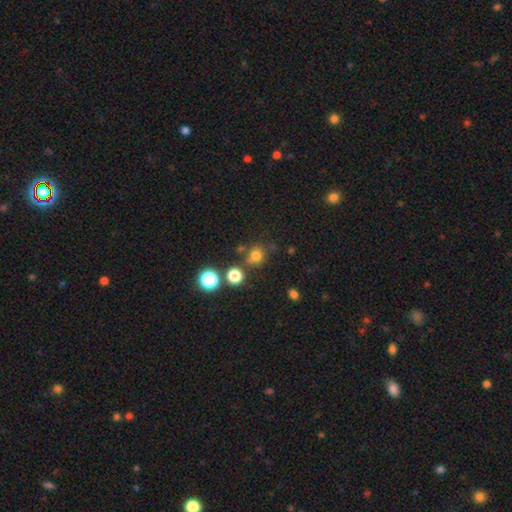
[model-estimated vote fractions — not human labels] This is likely a smooth galaxy (75%). How rounded: clearly round (82%). Merging: likely none (73%).